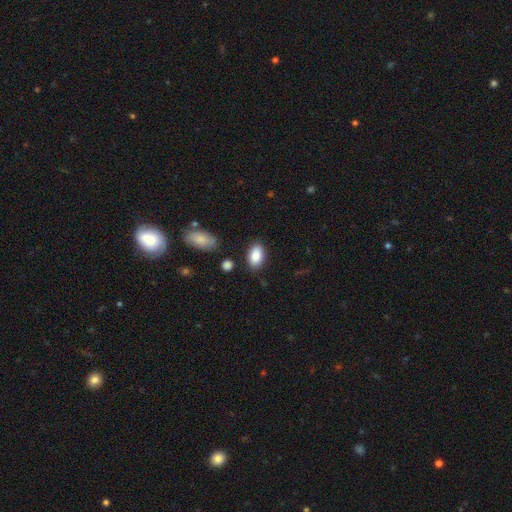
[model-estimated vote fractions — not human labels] This appears to be a smooth galaxy with no disk features (87%) that is in between round and cigar-shaped (92%). Merging: none (81%).